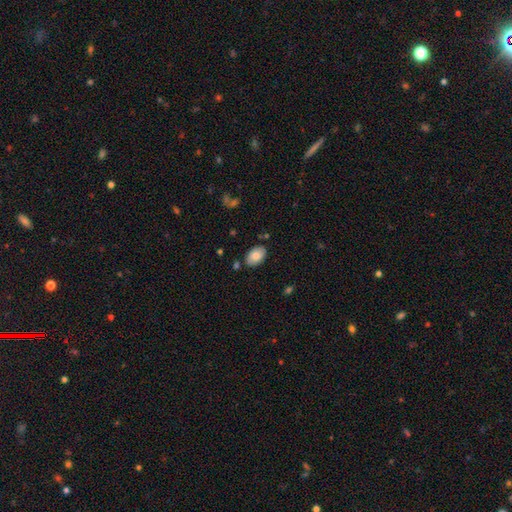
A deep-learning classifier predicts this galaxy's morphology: smooth_or_featured: smooth (p=0.82) [alt: featured or disk p=0.11]
how_rounded: in between (p=0.90) [alt: round p=0.09]
merging: none (p=0.80) [alt: minor disturbance p=0.13]